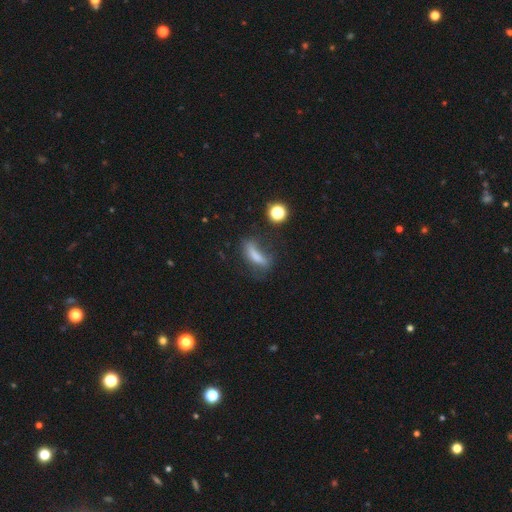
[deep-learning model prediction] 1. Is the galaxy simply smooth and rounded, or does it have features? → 63% smooth, 24% featured or disk, 13% star or artifact.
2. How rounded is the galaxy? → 56% cigar-shaped, 39% in between, 5% round.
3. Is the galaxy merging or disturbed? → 38% none, 28% major disturbance, 27% minor disturbance, 7% merger.